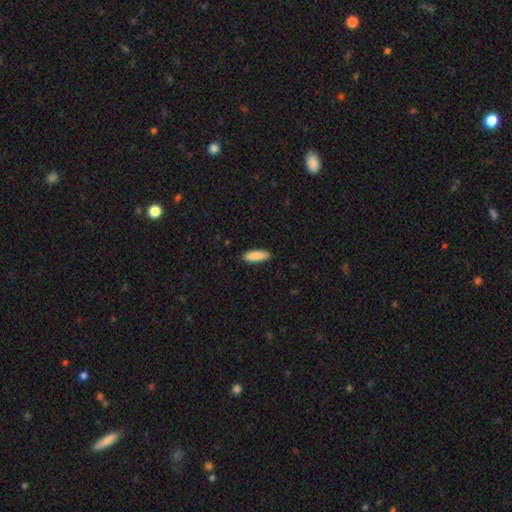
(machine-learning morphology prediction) smooth 89%, star or artifact 6%, featured or disk 5%. Down the decision tree: how rounded — in between (54%); merging — none (89%).